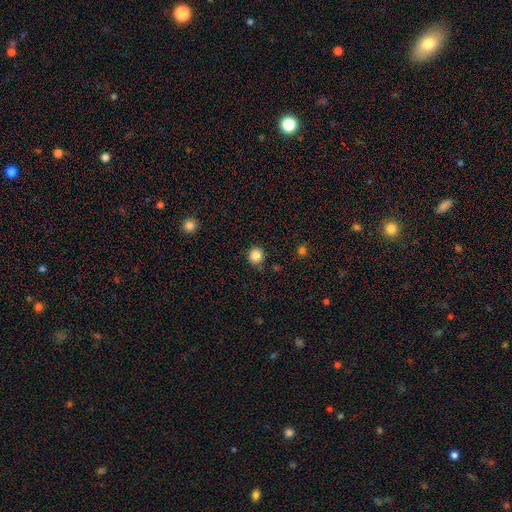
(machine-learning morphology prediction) Q: Smooth or featured?
A: smooth (85%); runner-up: star or artifact (11%)
Q: How rounded?
A: round (92%); runner-up: in between (7%)
Q: Merging?
A: none (87%); runner-up: minor disturbance (8%)